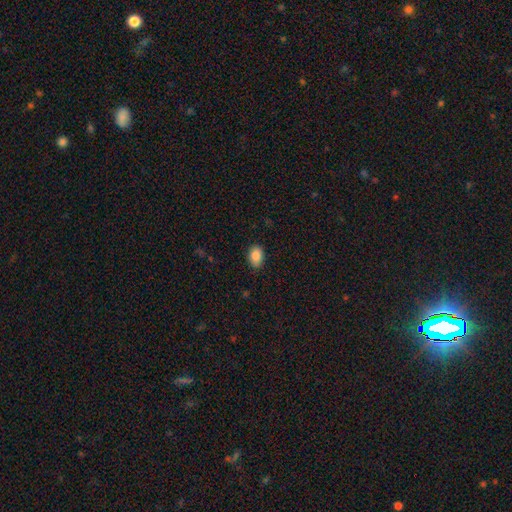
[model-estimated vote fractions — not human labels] A smooth galaxy with no disk features (87%) that is in between round and cigar-shaped (78%). Merging: none (86%).